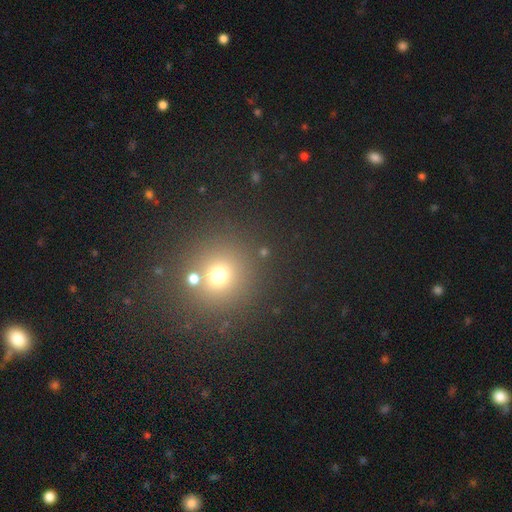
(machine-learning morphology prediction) This is possibly a smooth galaxy (57%). How rounded: clearly round (89%). Merging: likely none (77%).